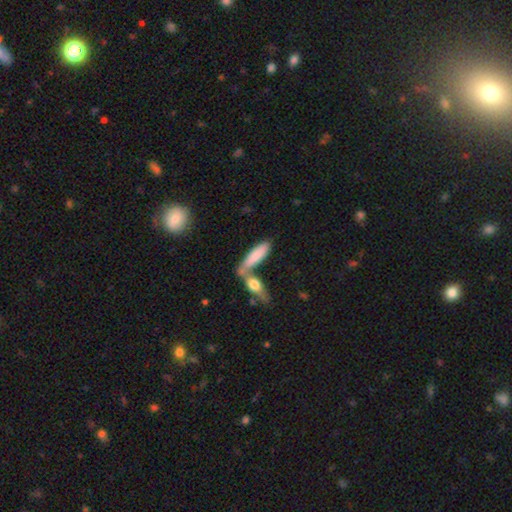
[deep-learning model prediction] Overall: smooth (78%). How rounded: cigar-shaped (54%; in between 44%). Merging: none (43%; merger 41%).